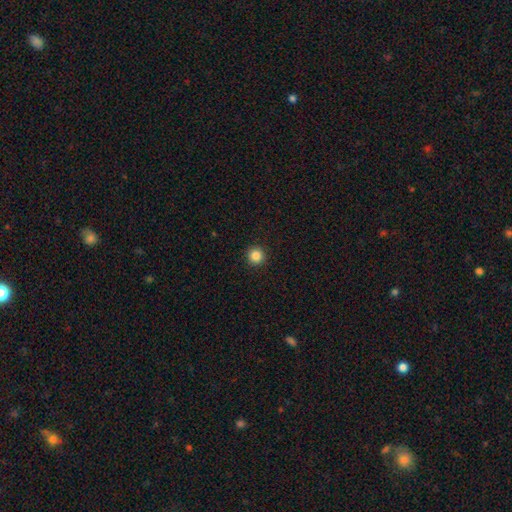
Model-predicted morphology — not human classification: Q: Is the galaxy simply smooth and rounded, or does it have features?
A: smooth — 86%.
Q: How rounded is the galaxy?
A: round — 96%.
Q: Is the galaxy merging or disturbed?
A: none — 93%.